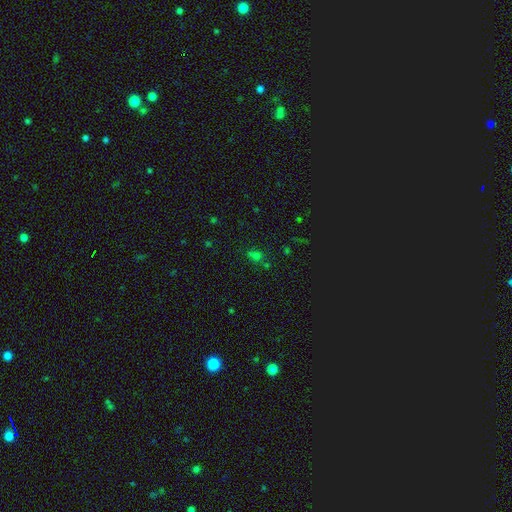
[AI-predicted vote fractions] Overall: smooth (52%; star or artifact 39%). How rounded: round (58%; in between 40%). Merging: none (63%).